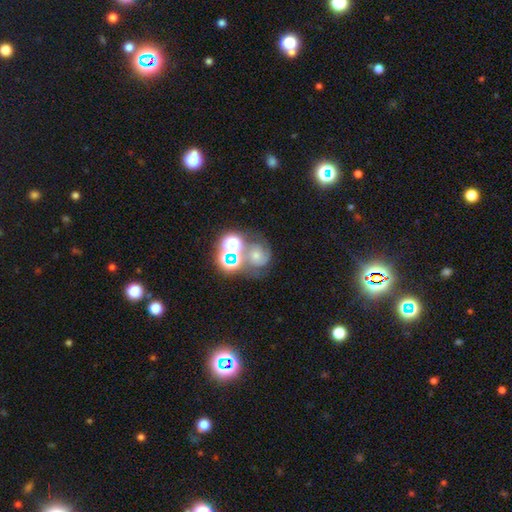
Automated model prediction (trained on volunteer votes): A featured or disk galaxy (40%). Merging: none (45%).